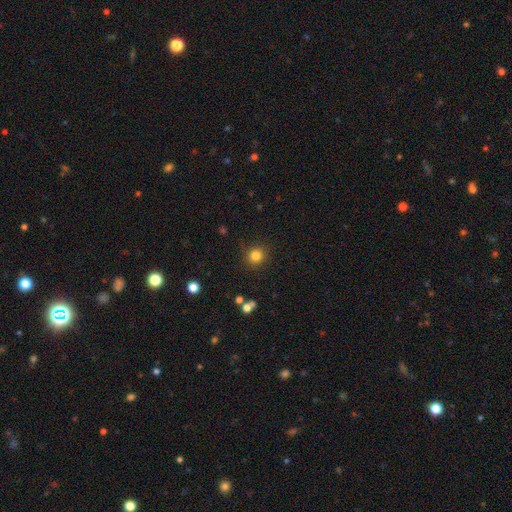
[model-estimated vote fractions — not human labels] smooth-or-featured: smooth: 82% | star or artifact: 13% | featured or disk: 6%
  how-rounded: round: 91% | in between: 8% | cigar-shaped: 1%
  merging: none: 85% | minor disturbance: 10% | major disturbance: 3% | merger: 2%